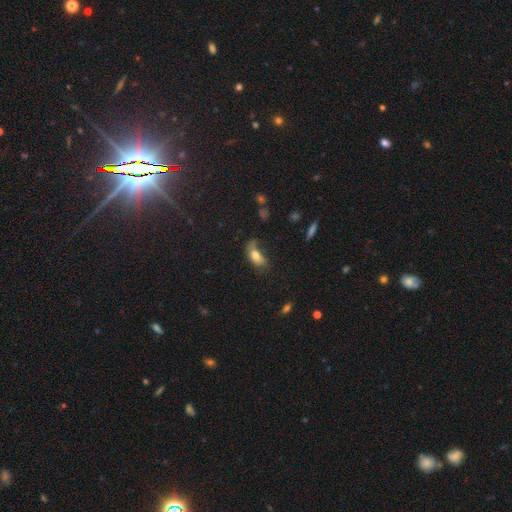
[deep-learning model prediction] Smooth or featured? Predicted: smooth (p=0.72). How rounded? Predicted: in between (p=0.86). Merging? Predicted: none (p=0.40).